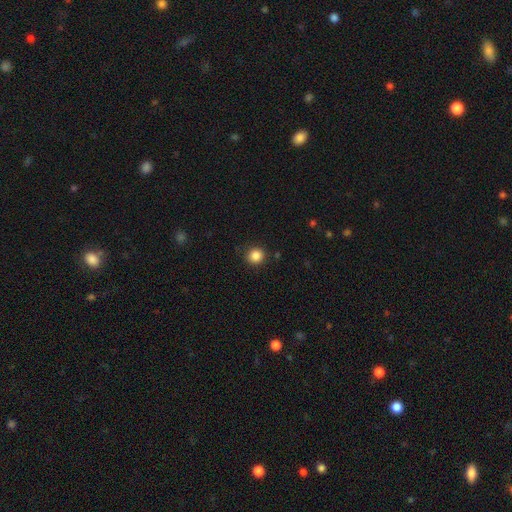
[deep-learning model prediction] This appears to be a smooth galaxy with no disk features (86%) that is round (89%). Merging: none (90%).